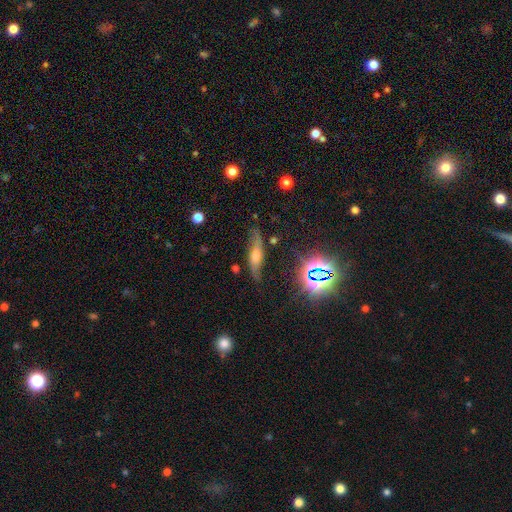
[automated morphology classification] A featured or disk galaxy (56%) viewed edge-on (62%).

Vote fractions:
- Smooth or featured? featured or disk: 56% / smooth: 28% / star or artifact: 16%
- Edge-on disk? yes: 62% / no: 38%
- Merging? none: 72% / minor disturbance: 19% / major disturbance: 6% / merger: 3%